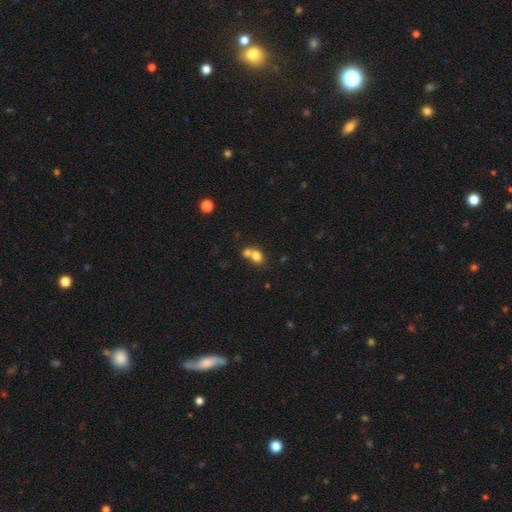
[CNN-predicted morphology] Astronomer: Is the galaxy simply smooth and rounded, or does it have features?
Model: smooth — 76%.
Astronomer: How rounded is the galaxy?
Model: round — 61% (runner-up: in between, 38%).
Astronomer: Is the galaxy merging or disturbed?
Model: merger — 60%.